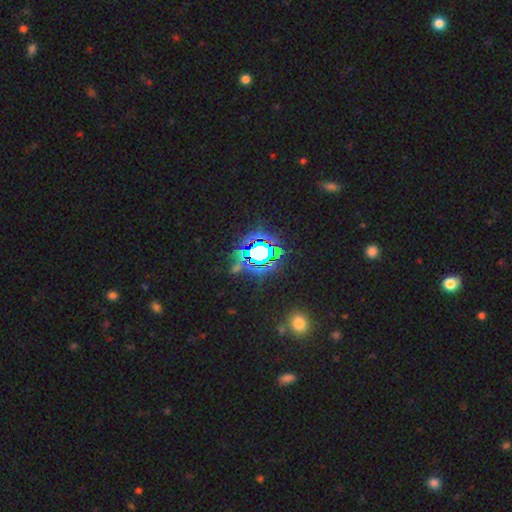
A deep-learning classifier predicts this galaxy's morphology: Smooth or featured? star or artifact (77%)